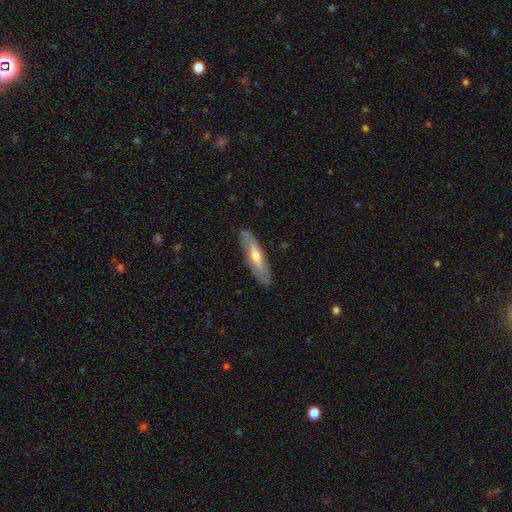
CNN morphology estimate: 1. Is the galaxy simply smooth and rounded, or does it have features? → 58% featured or disk, 37% smooth, 6% star or artifact.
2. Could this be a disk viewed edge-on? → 54% no, 46% yes.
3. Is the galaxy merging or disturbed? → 84% none, 12% minor disturbance, 3% major disturbance, 1% merger.